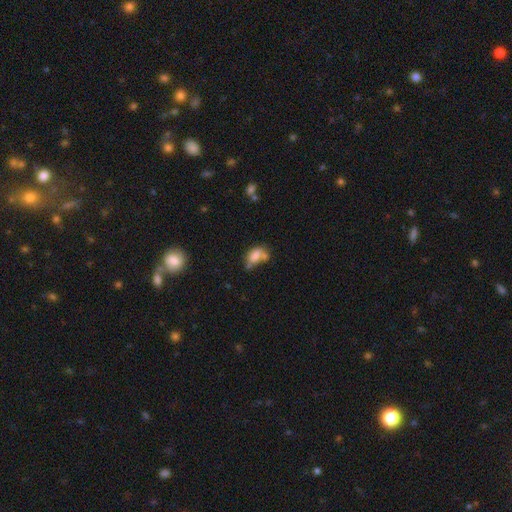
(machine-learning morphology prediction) Q: Smooth or featured?
A: smooth (71%); runner-up: featured or disk (18%)
Q: How rounded?
A: in between (85%); runner-up: round (11%)
Q: Merging?
A: merger (34%); runner-up: none (30%)